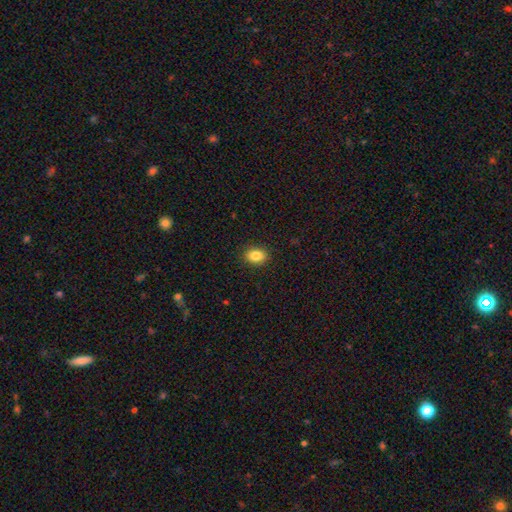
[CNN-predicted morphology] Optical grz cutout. It shows a smooth galaxy with no disk features (85%) that is in between round and cigar-shaped (63%). Merging: none (90%).